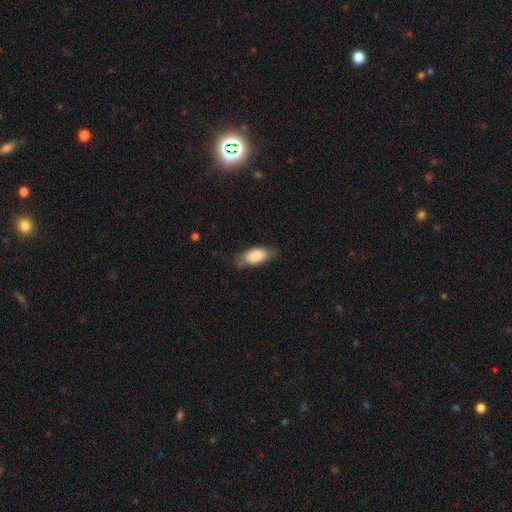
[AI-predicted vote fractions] This is clearly a smooth galaxy (83%). How rounded: clearly in between (86%). Merging: likely none (69%).